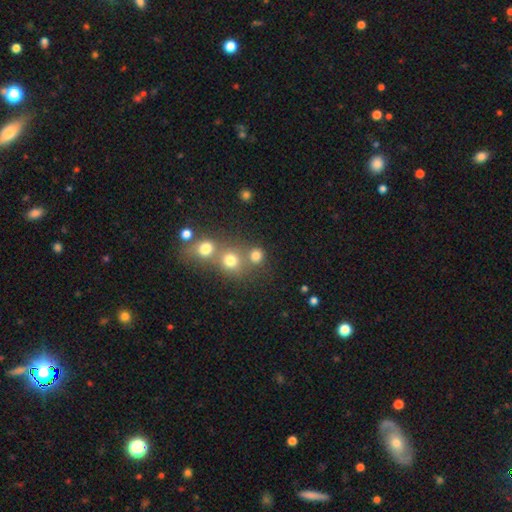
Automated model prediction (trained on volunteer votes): smooth 76%, star or artifact 16%, featured or disk 8%. Down the decision tree: how rounded — round (86%); merging — none (57%).